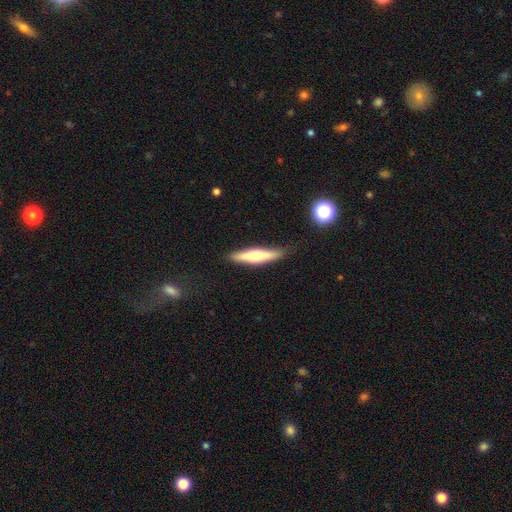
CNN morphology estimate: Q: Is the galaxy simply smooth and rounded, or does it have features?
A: smooth — 47%, tied with featured or disk.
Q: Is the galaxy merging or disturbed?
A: none — 84%.